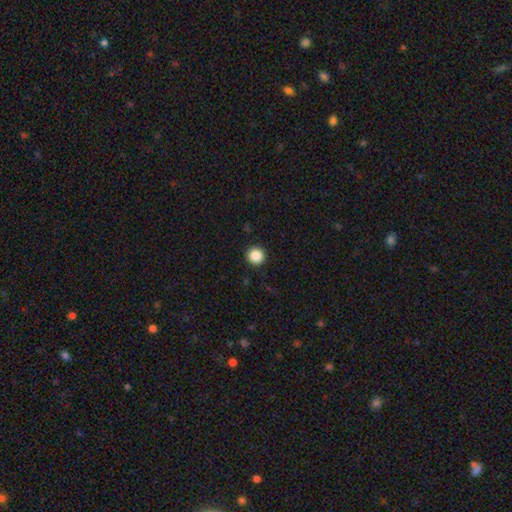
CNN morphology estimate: Smooth or featured: smooth — 87% (star or artifact — 10%)
How rounded: round — 96% (in between — 3%)
Merging: none — 93% (minor disturbance — 4%)